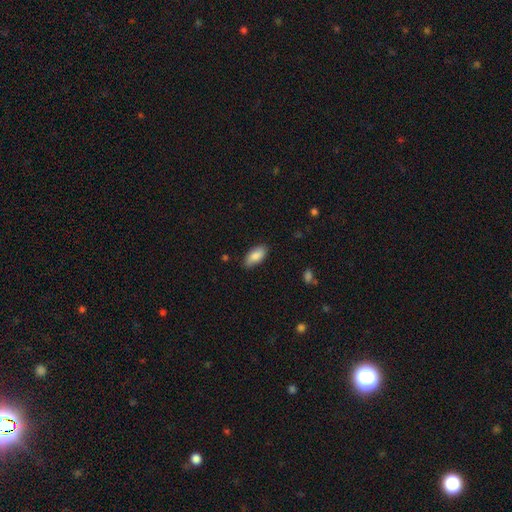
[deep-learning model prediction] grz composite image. It shows a smooth galaxy with no disk features (85%) that is in between round and cigar-shaped (90%). Merging: none (82%).